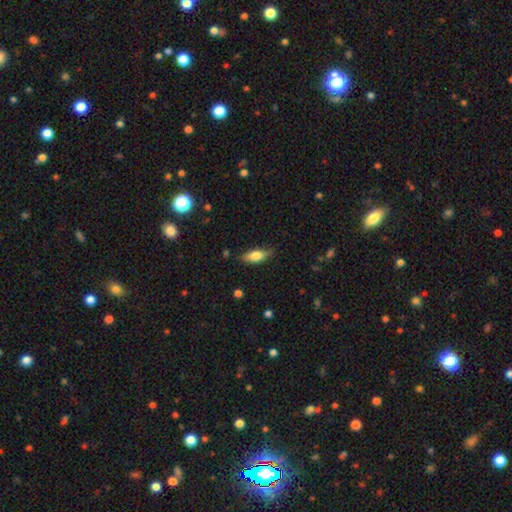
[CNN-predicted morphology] smooth_or_featured: smooth (p=0.74) [alt: featured or disk p=0.20]
how_rounded: in between (p=0.72) [alt: cigar-shaped p=0.25]
merging: none (p=0.80) [alt: minor disturbance p=0.16]